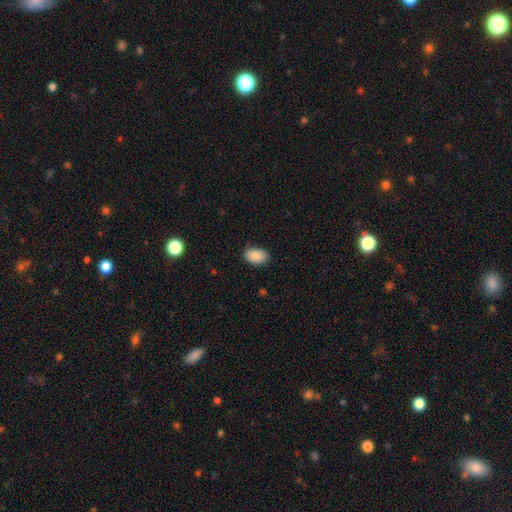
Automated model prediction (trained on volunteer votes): A smooth galaxy with no disk features (90%) that is in between round and cigar-shaped (89%).

Vote fractions:
- Smooth or featured? smooth: 90% / star or artifact: 7% / featured or disk: 3%
- How rounded? in between: 89% / round: 10% / cigar-shaped: 1%
- Merging? none: 85% / minor disturbance: 12% / major disturbance: 2% / merger: 1%